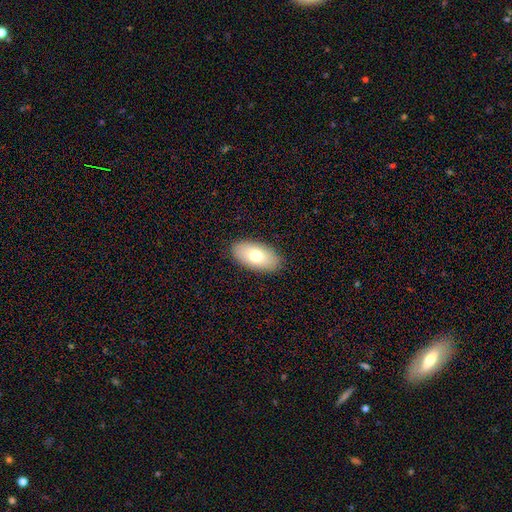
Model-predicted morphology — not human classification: A smooth galaxy with no disk features (72%) that is in between round and cigar-shaped (94%).

Vote fractions:
- Smooth or featured? smooth: 72% / featured or disk: 21% / star or artifact: 8%
- How rounded? in between: 94% / round: 4% / cigar-shaped: 3%
- Merging? none: 88% / minor disturbance: 9% / major disturbance: 2% / merger: 1%